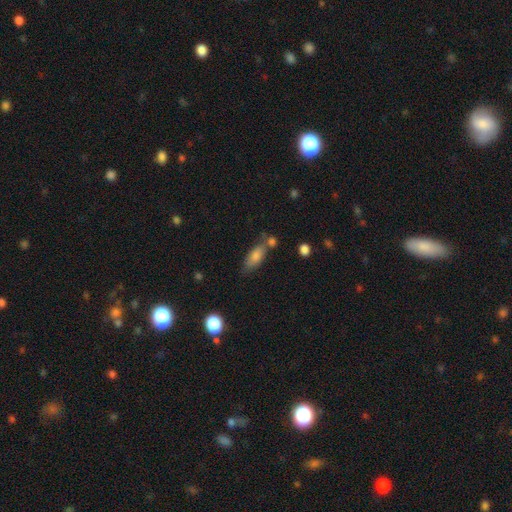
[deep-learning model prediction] Smooth or featured: smooth — 78% (featured or disk — 14%)
How rounded: in between — 75% (cigar-shaped — 21%)
Merging: none — 59% (merger — 18%)